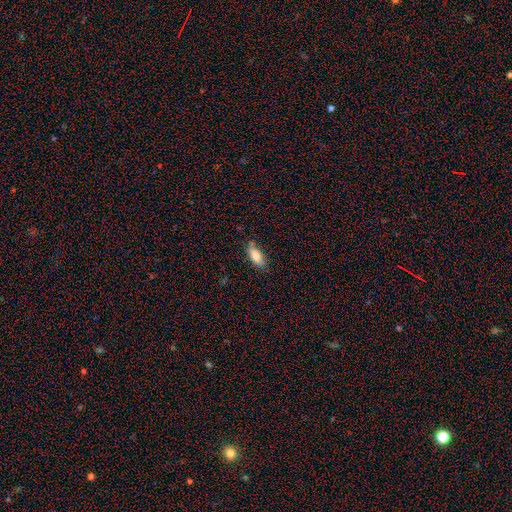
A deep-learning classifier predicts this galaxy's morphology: smooth_or_featured: smooth (p=0.79) [alt: featured or disk p=0.14]
how_rounded: in between (p=0.79) [alt: cigar-shaped p=0.18]
merging: none (p=0.70) [alt: minor disturbance p=0.22]